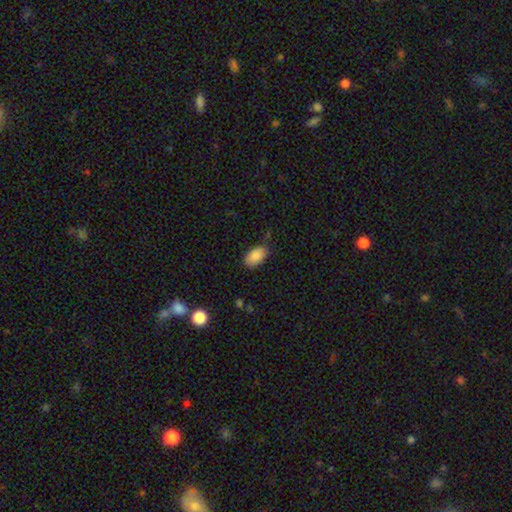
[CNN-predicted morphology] smooth-or-featured: smooth: 87% | star or artifact: 7% | featured or disk: 6%
  how-rounded: in between: 93% | round: 6% | cigar-shaped: 2%
  merging: none: 78% | minor disturbance: 17% | major disturbance: 3% | merger: 2%